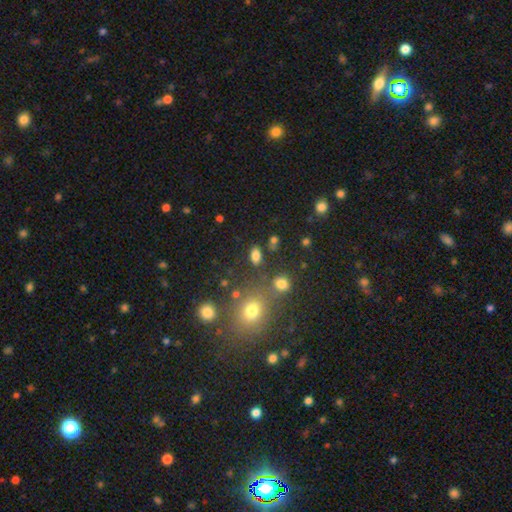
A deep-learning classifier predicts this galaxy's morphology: smooth-or-featured: smooth: 79% | star or artifact: 14% | featured or disk: 7%
  how-rounded: in between: 84% | round: 13% | cigar-shaped: 3%
  merging: none: 79% | minor disturbance: 10% | merger: 7% | major disturbance: 4%